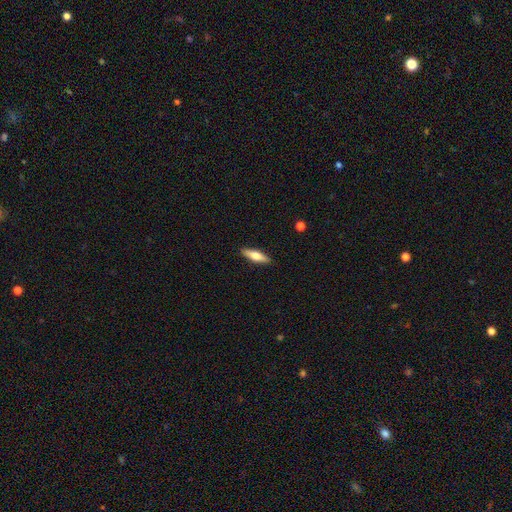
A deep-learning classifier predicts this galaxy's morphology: Smooth or featured? smooth (60%)
How rounded? cigar-shaped (60%)
Merging? none (89%)